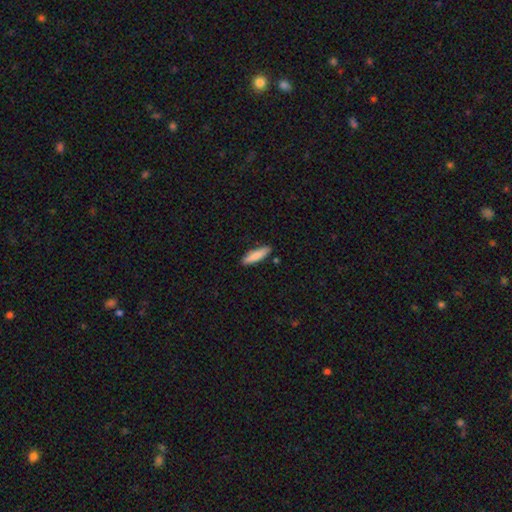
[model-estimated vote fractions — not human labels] This appears to be a smooth galaxy with no disk features (84%) that is cigar-shaped (73%). Merging: none (85%).